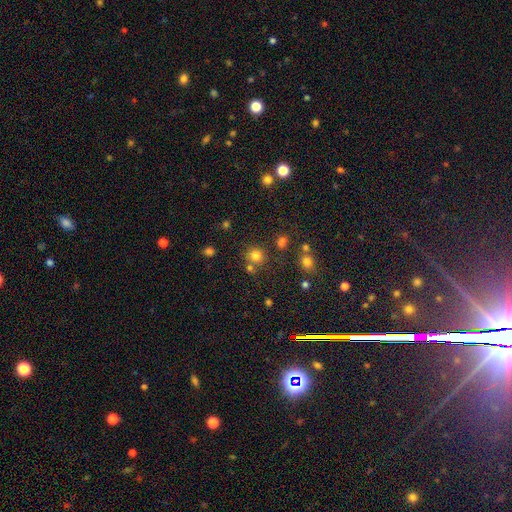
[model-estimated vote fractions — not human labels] Smooth or featured? Predicted: smooth (p=0.76). How rounded? Predicted: round (p=0.88). Merging? Predicted: none (p=0.69).